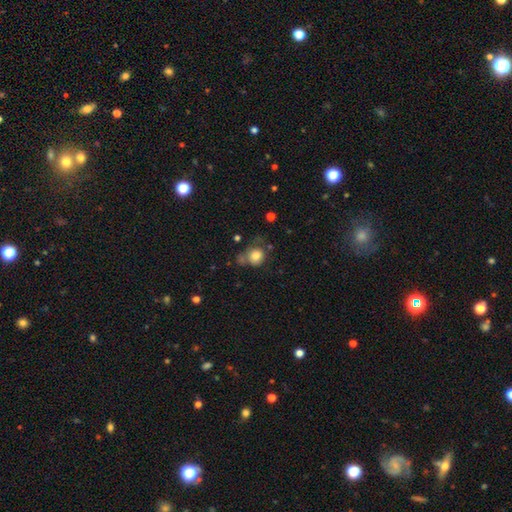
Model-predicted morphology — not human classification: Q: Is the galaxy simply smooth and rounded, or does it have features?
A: smooth — 80%.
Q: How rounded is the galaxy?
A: round — 74%.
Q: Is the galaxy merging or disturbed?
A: none — 48%.